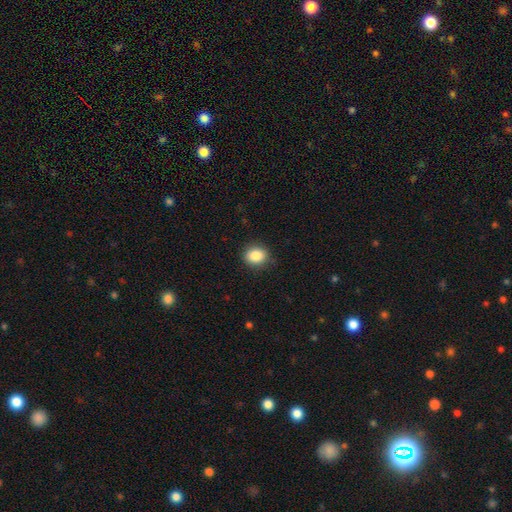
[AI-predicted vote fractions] Overall: smooth (86%). How rounded: round (68%; in between 31%). Merging: none (88%).